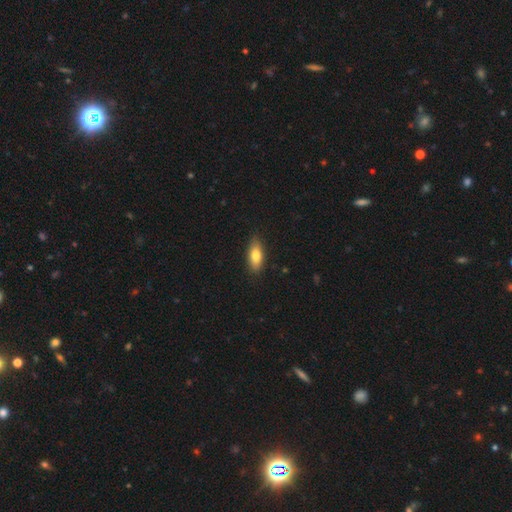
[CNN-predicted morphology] smooth-or-featured: smooth: 78% | featured or disk: 16% | star or artifact: 7%
  how-rounded: in between: 77% | cigar-shaped: 20% | round: 3%
  merging: none: 86% | minor disturbance: 11% | major disturbance: 2% | merger: 1%